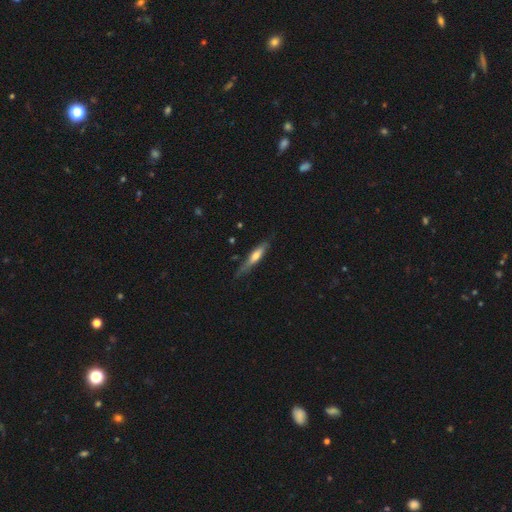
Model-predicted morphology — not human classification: smooth-or-featured: smooth: 48% | featured or disk: 46% | star or artifact: 6%
  merging: none: 63% | minor disturbance: 27% | major disturbance: 7% | merger: 2%